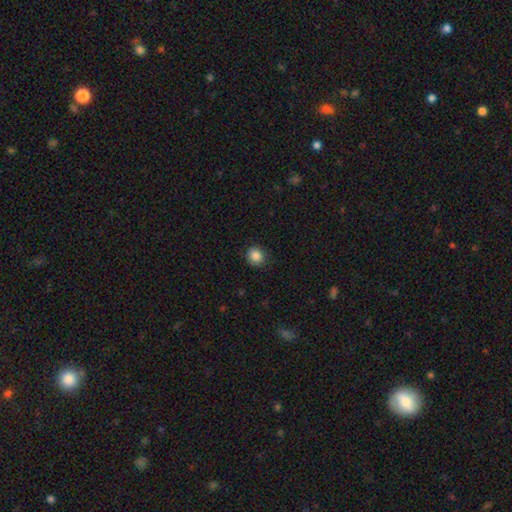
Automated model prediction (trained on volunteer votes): Morphology: type=smooth (86%); roundness=round (82%); merging=none (87%).